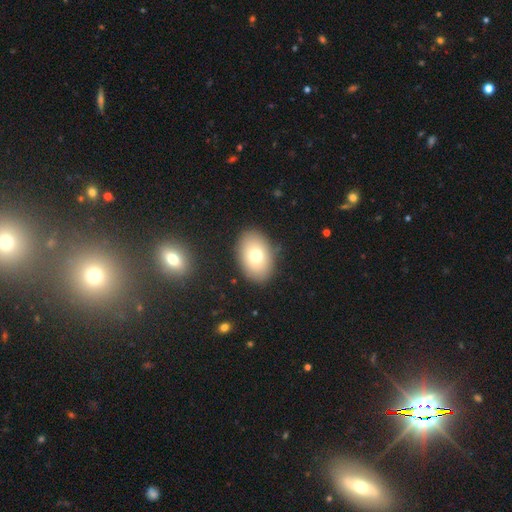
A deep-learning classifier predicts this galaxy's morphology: type=smooth (71%); roundness=in between (79%); merging=none (87%).